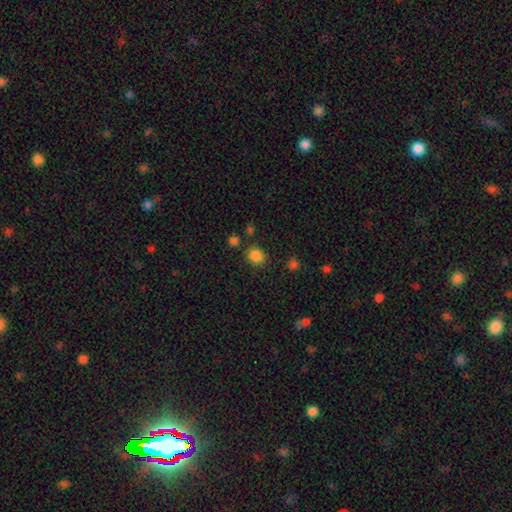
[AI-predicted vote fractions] smooth-or-featured: smooth: 85% | star or artifact: 12% | featured or disk: 4%
  how-rounded: round: 77% | in between: 22% | cigar-shaped: 1%
  merging: none: 81% | minor disturbance: 10% | merger: 5% | major disturbance: 4%